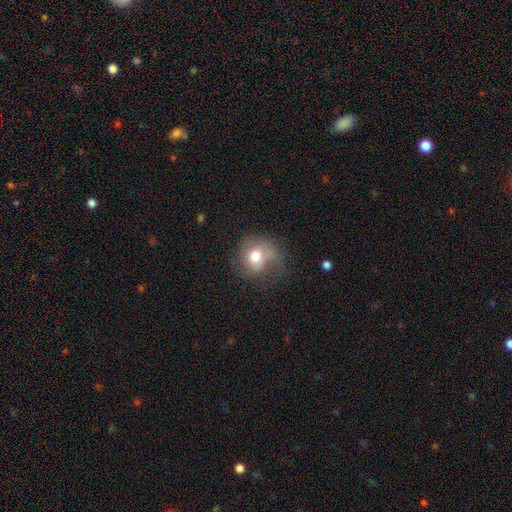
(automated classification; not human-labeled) A smooth galaxy with no disk features (68%) that is round (70%). Merging: none (42%).